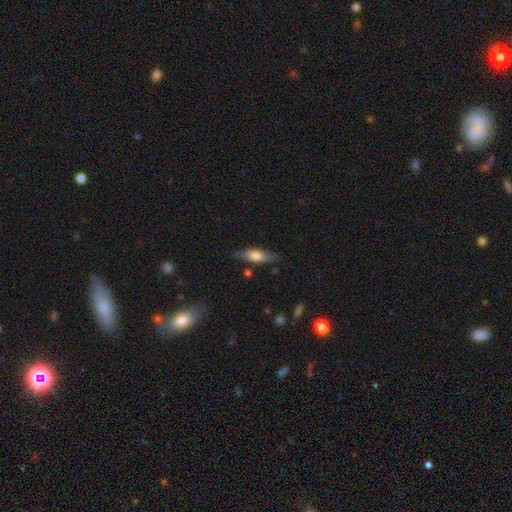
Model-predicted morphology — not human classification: smooth 60%, featured or disk 34%, star or artifact 6%. Down the decision tree: how rounded — cigar-shaped (58%); merging — none (77%).